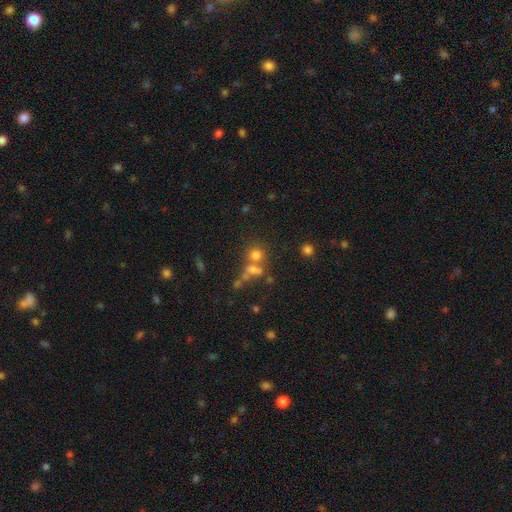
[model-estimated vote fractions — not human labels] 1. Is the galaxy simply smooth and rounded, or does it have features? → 65% smooth, 21% star or artifact, 14% featured or disk.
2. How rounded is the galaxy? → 77% round, 21% in between, 2% cigar-shaped.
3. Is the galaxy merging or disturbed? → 44% none, 40% merger, 9% minor disturbance, 7% major disturbance.